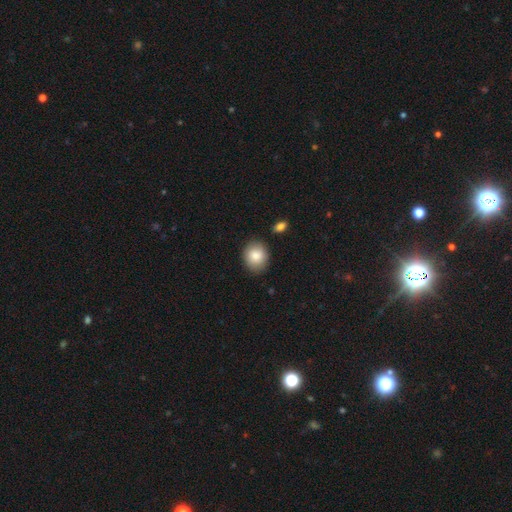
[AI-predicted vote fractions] smooth 85%, star or artifact 7%, featured or disk 7%. Down the decision tree: how rounded — round (62%); merging — none (85%).